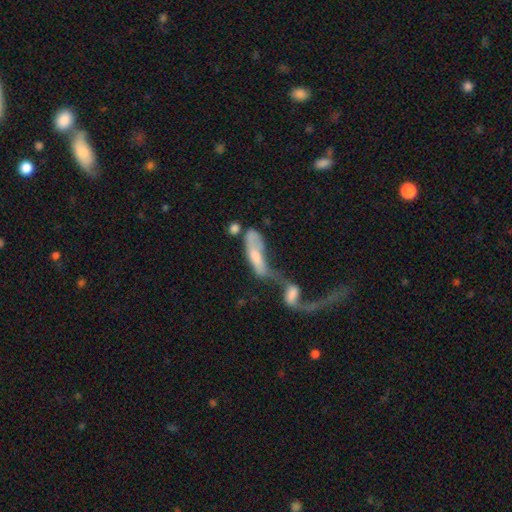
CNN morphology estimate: Smooth or featured? Predicted: featured or disk (p=0.53). Edge-on disk? Predicted: no (p=0.80). Merging? Predicted: merger (p=0.74).